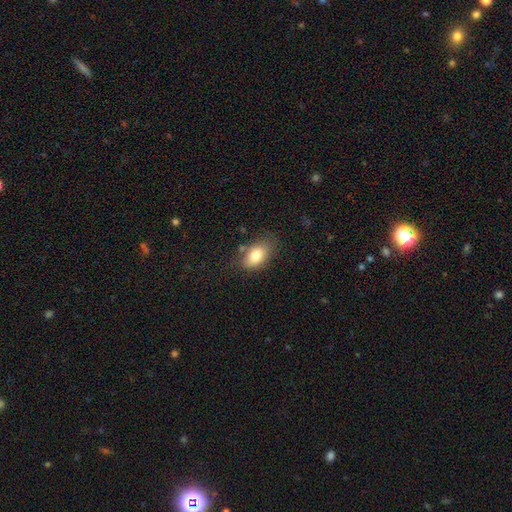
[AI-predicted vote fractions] Overall: smooth (80%). How rounded: in between (89%). Merging: none (71%).